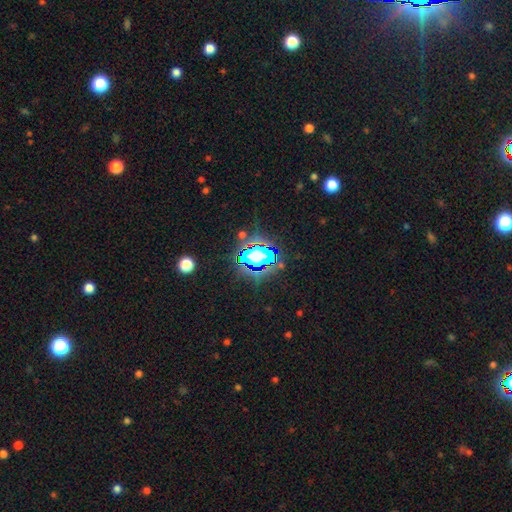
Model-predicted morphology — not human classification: A star or artifact, not a galaxy (62%).

Vote fractions:
- Smooth or featured? star or artifact: 62% / smooth: 24% / featured or disk: 13%